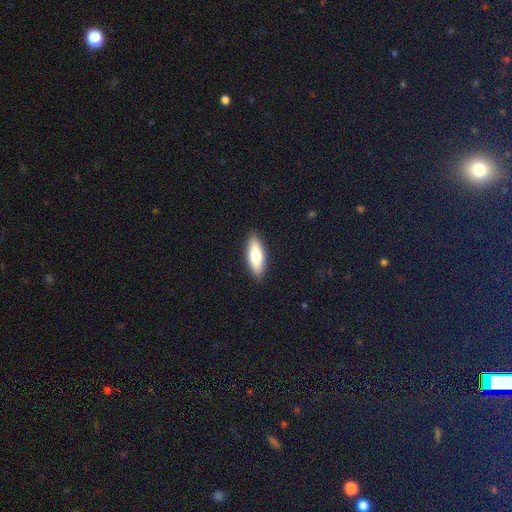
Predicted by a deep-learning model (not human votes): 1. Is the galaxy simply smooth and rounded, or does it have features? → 72% smooth, 23% featured or disk, 6% star or artifact.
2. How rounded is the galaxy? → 57% in between, 41% cigar-shaped, 2% round.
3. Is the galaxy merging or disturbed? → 89% none, 8% minor disturbance, 2% major disturbance, 1% merger.